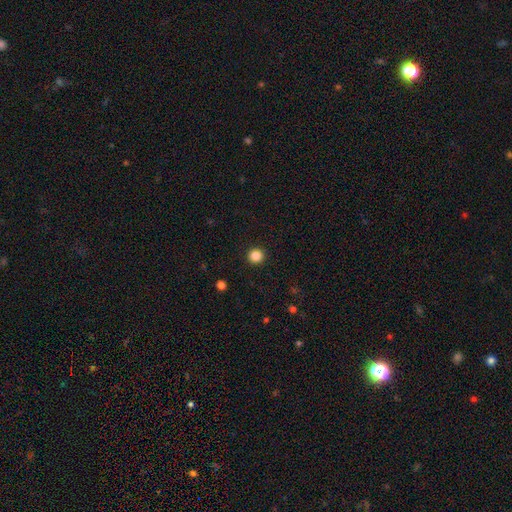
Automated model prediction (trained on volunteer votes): smooth_or_featured: smooth (p=0.86) [alt: star or artifact p=0.11]
how_rounded: round (p=0.94) [alt: in between p=0.05]
merging: none (p=0.93) [alt: minor disturbance p=0.04]